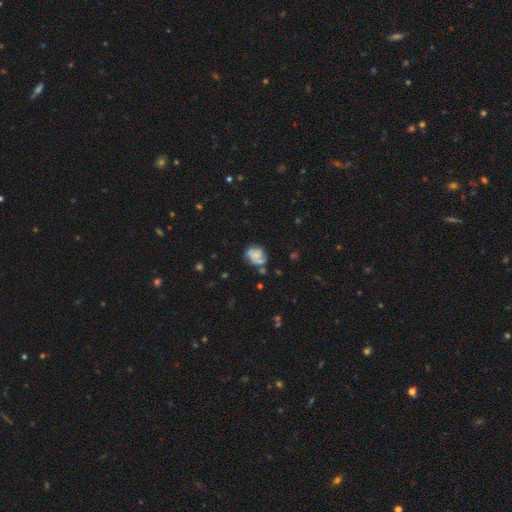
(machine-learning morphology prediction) Smooth or featured: featured or disk — 56% (smooth — 33%)
Edge-on disk: no — 98% (yes — 2%)
Bar: no — 69% (weak — 26%)
Spiral arms: yes — 78% (no — 22%)
Bulge size: small — 49% (moderate — 25%)
Merging: none — 52% (minor disturbance — 24%)